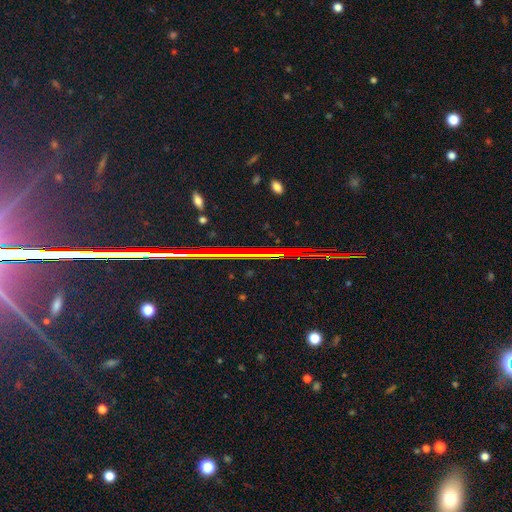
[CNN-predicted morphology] star or artifact 84%, featured or disk 10%, smooth 7%.